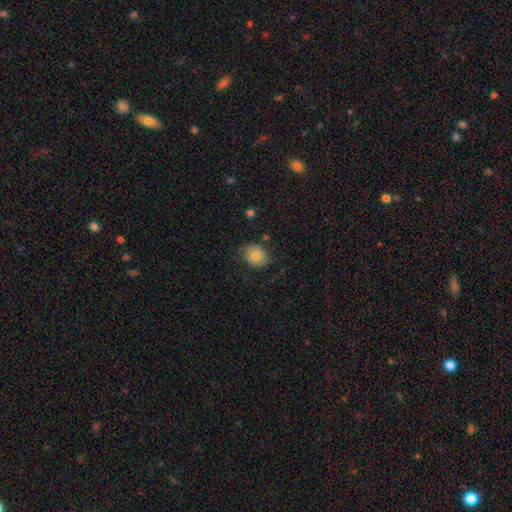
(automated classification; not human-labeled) The model was most divided on "how rounded": round: 61%, in between: 38%, cigar-shaped: 1%. More confident: smooth or featured — smooth (74%); merging — none (67%).